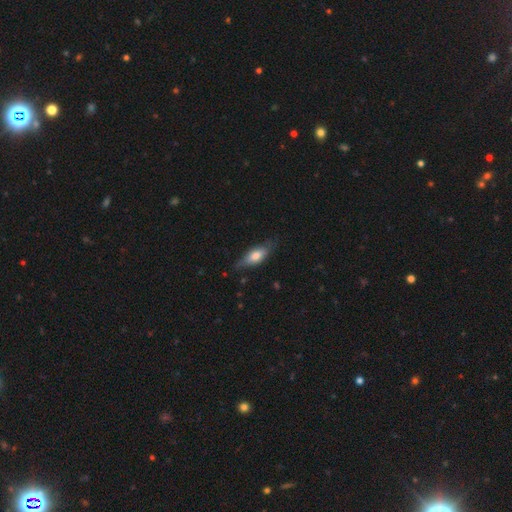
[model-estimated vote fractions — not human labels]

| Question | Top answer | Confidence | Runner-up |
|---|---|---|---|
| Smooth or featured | smooth | 67% | featured or disk (27%) |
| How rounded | in between | 74% | cigar-shaped (23%) |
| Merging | none | 68% | minor disturbance (25%) |